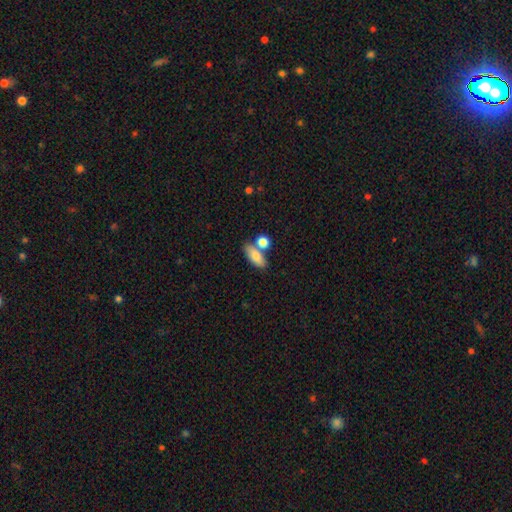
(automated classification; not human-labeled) Smooth or featured: smooth — 81% (featured or disk — 12%)
How rounded: in between — 79% (cigar-shaped — 14%)
Merging: none — 57% (merger — 26%)